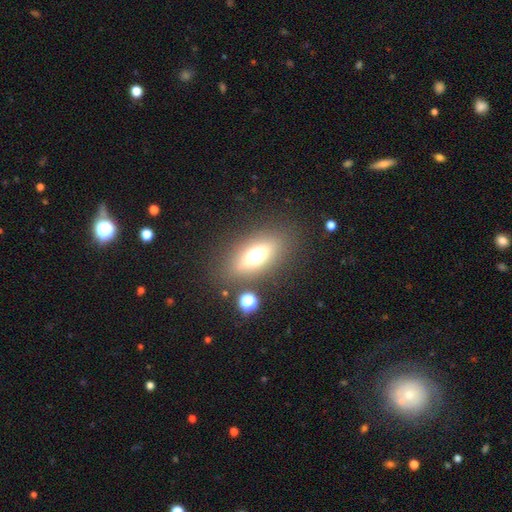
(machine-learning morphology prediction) This is possibly a smooth galaxy (57%). How rounded: likely in between (74%). Merging: clearly none (81%).